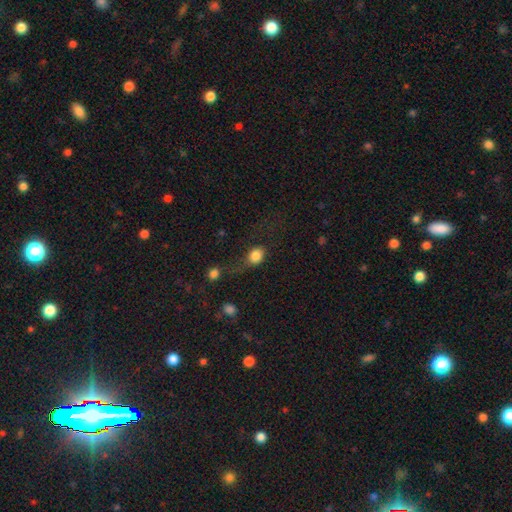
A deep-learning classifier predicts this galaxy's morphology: smooth 82%, star or artifact 10%, featured or disk 8%. Down the decision tree: how rounded — round (54%); merging — none (39%).